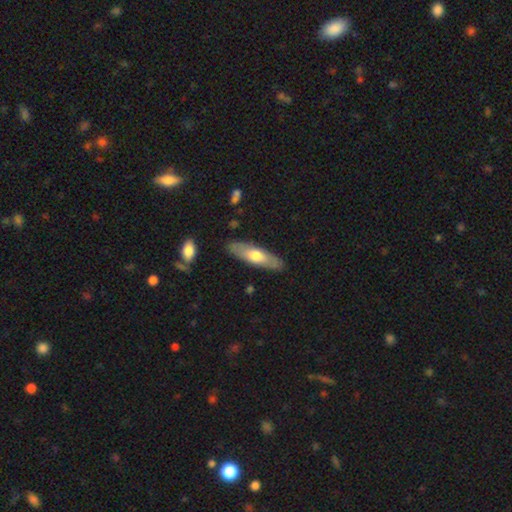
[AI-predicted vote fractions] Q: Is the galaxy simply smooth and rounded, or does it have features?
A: smooth — 55%.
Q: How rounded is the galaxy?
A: cigar-shaped — 58%.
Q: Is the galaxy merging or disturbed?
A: none — 86%.